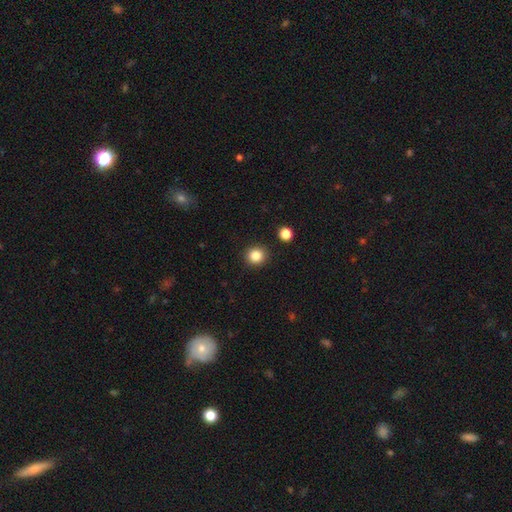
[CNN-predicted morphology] Q: Smooth or featured?
A: smooth (84%); runner-up: star or artifact (11%)
Q: How rounded?
A: round (90%); runner-up: in between (9%)
Q: Merging?
A: none (91%); runner-up: minor disturbance (5%)